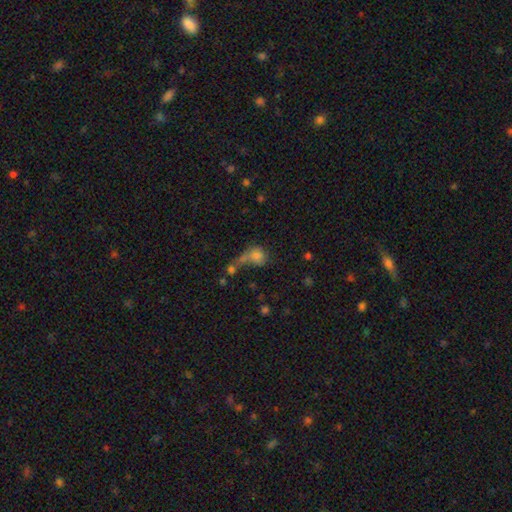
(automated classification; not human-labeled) smooth 69%, star or artifact 16%, featured or disk 15%. Down the decision tree: how rounded — round (63%); merging — merger (39%).